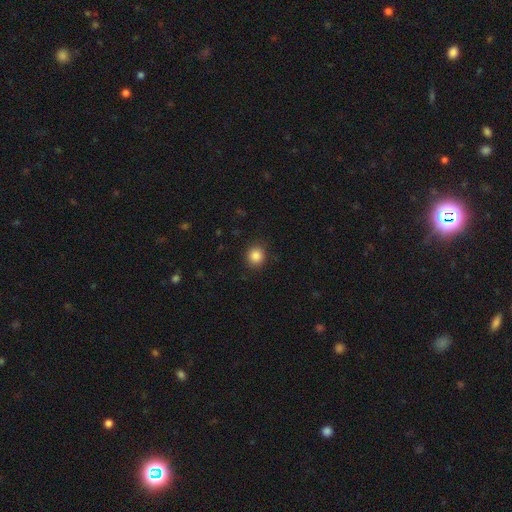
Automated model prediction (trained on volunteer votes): smooth-or-featured: smooth: 86% | star or artifact: 10% | featured or disk: 4%
  how-rounded: round: 86% | in between: 13% | cigar-shaped: 1%
  merging: none: 89% | minor disturbance: 7% | major disturbance: 2% | merger: 1%